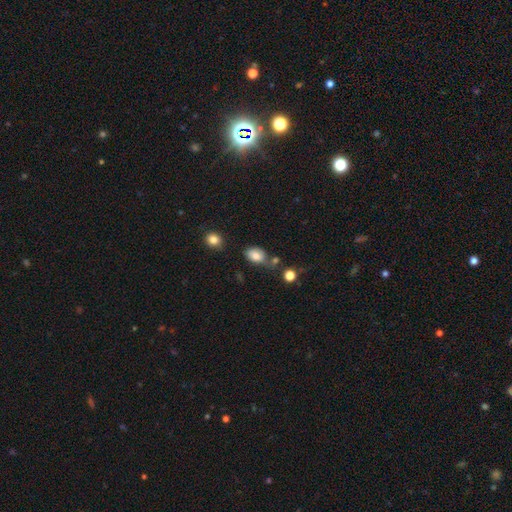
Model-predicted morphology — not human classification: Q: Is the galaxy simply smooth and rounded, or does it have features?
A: smooth — 81%.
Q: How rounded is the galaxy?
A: in between — 85%.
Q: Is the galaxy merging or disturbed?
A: none — 55%.